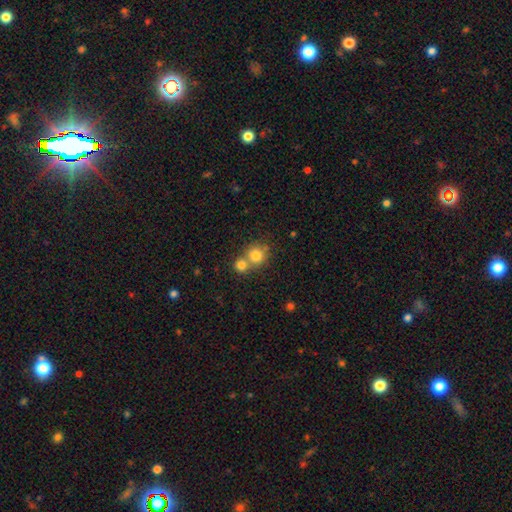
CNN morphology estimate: smooth_or_featured: smooth (p=0.78) [alt: star or artifact p=0.11]
how_rounded: round (p=0.86) [alt: in between p=0.13]
merging: merger (p=0.46) [alt: none p=0.45]